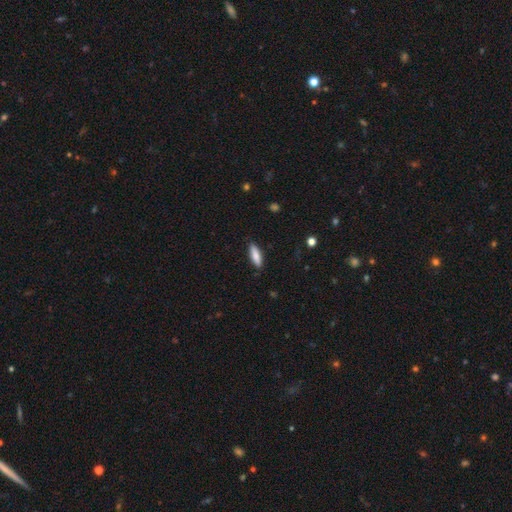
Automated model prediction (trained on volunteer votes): Overall: smooth (83%). How rounded: cigar-shaped (52%; in between 46%). Merging: none (87%).